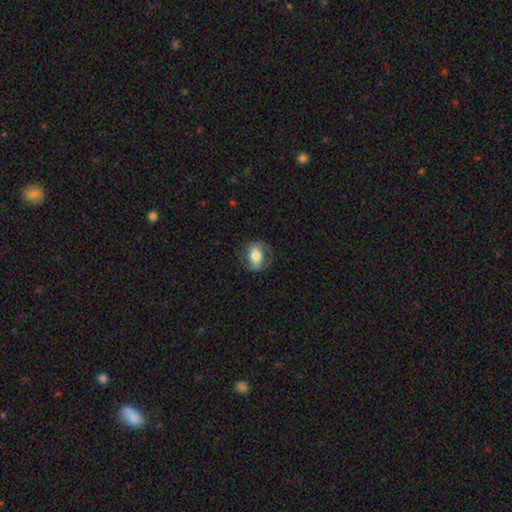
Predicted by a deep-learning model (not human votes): Smooth or featured: featured or disk — 53% (smooth — 40%)
Edge-on disk: no — 93% (yes — 7%)
Merging: none — 70% (minor disturbance — 17%)